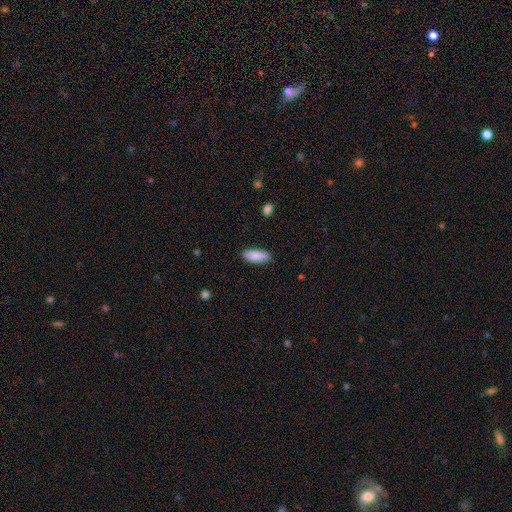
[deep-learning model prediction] smooth_or_featured: smooth (p=0.88) [alt: featured or disk p=0.06]
how_rounded: in between (p=0.73) [alt: cigar-shaped p=0.25]
merging: none (p=0.87) [alt: minor disturbance p=0.09]